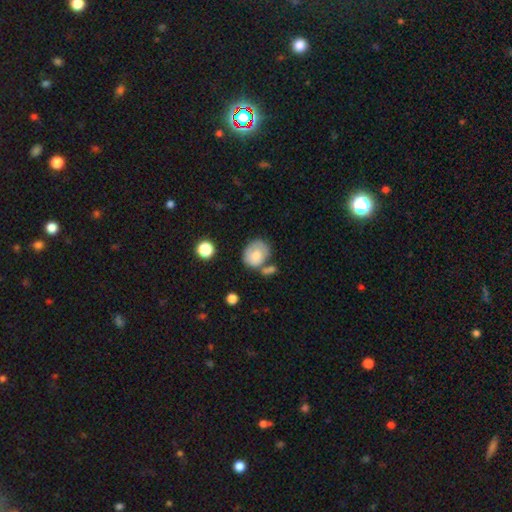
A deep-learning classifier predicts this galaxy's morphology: smooth 72%, featured or disk 20%, star or artifact 8%. Down the decision tree: how rounded — round (58%); merging — none (48%).